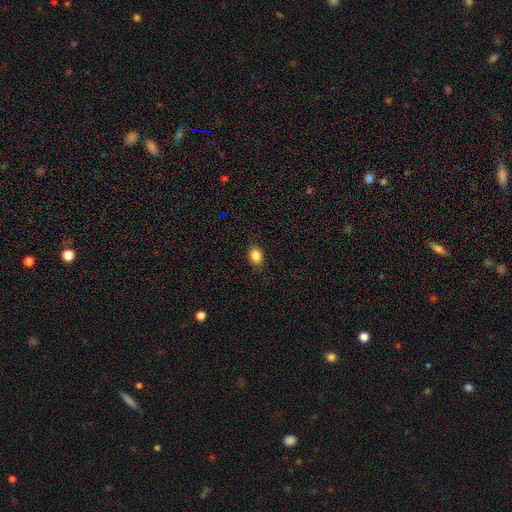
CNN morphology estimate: Smooth or featured? smooth (85%)
How rounded? in between (61%)
Merging? none (87%)